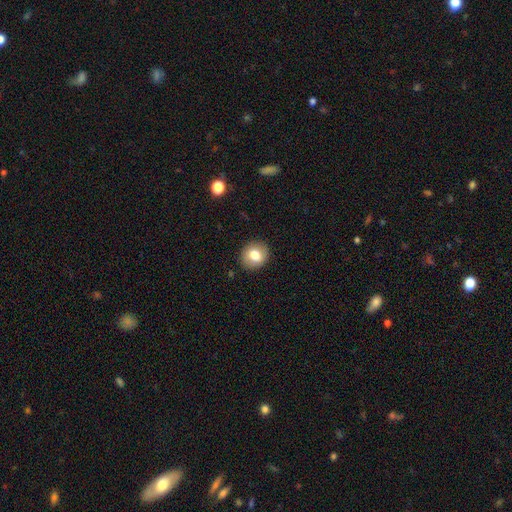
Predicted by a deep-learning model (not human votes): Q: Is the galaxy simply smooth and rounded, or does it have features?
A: smooth — 76%.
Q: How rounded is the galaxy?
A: round — 73%.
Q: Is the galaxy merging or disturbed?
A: none — 88%.